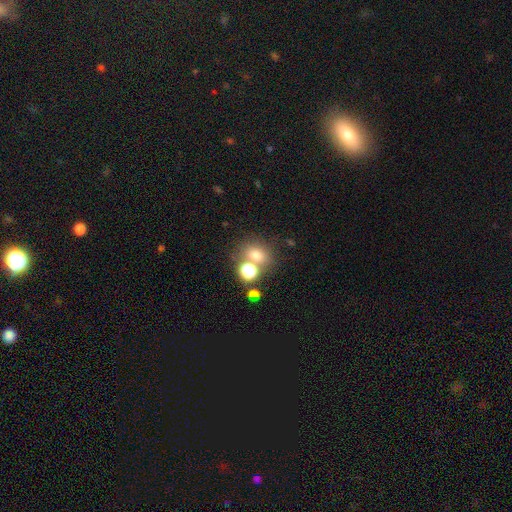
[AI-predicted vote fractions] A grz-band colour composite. It shows a smooth galaxy with no disk features (69%) that is round (64%). Merging: none (62%).